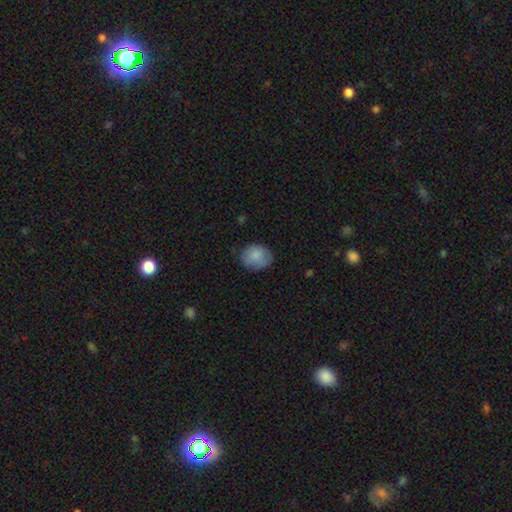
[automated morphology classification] A smooth galaxy with no disk features (85%) that is round (65%). Merging: none (74%).